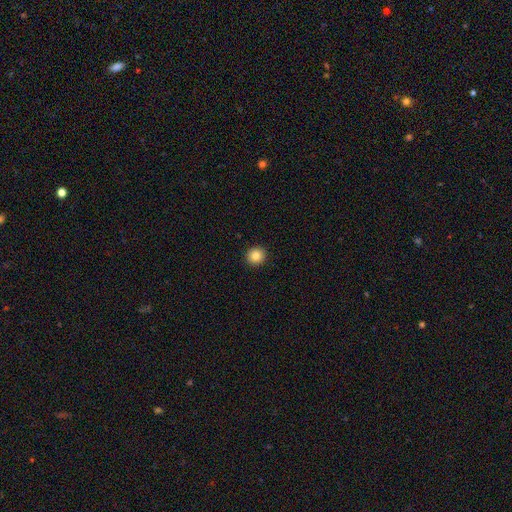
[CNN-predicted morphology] Smooth or featured? Predicted: smooth (p=0.84). How rounded? Predicted: round (p=0.93). Merging? Predicted: none (p=0.93).